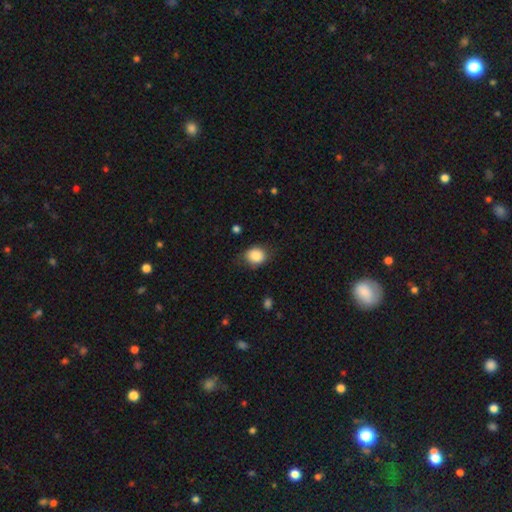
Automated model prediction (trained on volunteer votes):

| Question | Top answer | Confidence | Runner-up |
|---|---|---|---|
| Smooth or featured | smooth | 87% | star or artifact (8%) |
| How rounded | round | 63% | in between (36%) |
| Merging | none | 70% | minor disturbance (22%) |